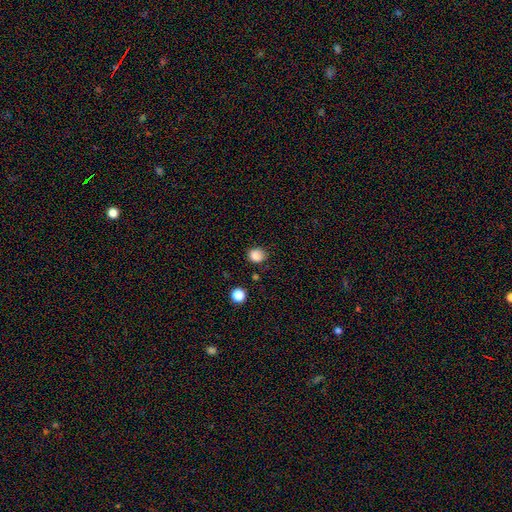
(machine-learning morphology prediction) type=smooth (84%); roundness=round (73%); merging=none (80%).